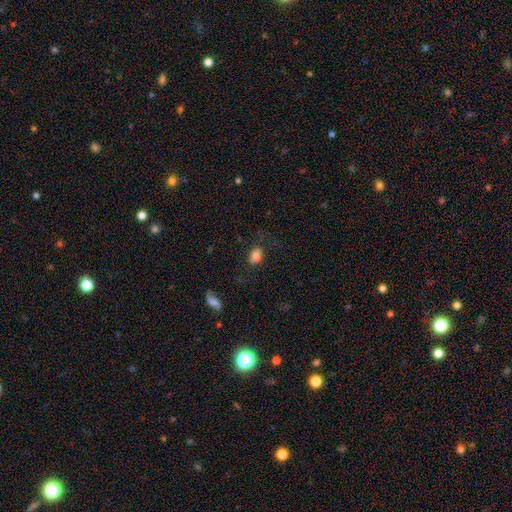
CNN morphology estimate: Smooth or featured? Predicted: smooth (p=0.78). How rounded? Predicted: in between (p=0.72). Merging? Predicted: none (p=0.71).